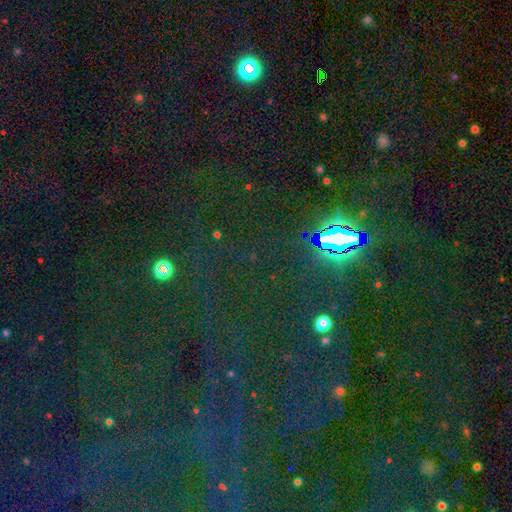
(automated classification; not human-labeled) This appears to be a star or artifact, not a galaxy (83%).